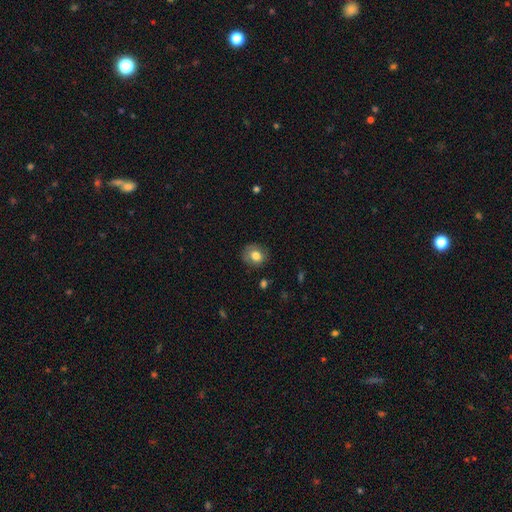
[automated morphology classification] smooth-or-featured: smooth: 75% | featured or disk: 16% | star or artifact: 9%
  how-rounded: round: 72% | in between: 27% | cigar-shaped: 1%
  merging: none: 79% | minor disturbance: 16% | major disturbance: 4% | merger: 1%